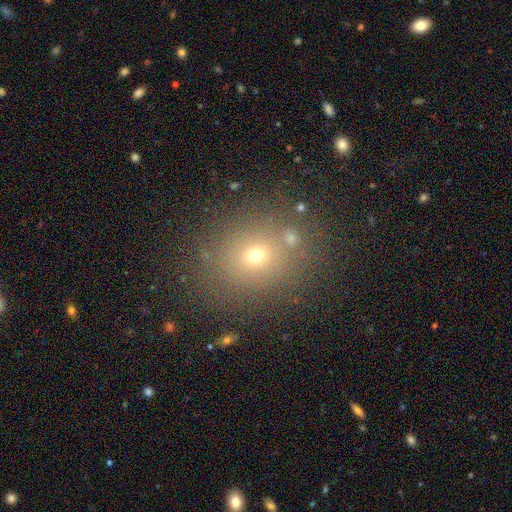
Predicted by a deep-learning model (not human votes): The model was most divided on "smooth or featured": smooth: 64%, star or artifact: 23%, featured or disk: 13%. More confident: merging — none (76%); how rounded — round (70%).